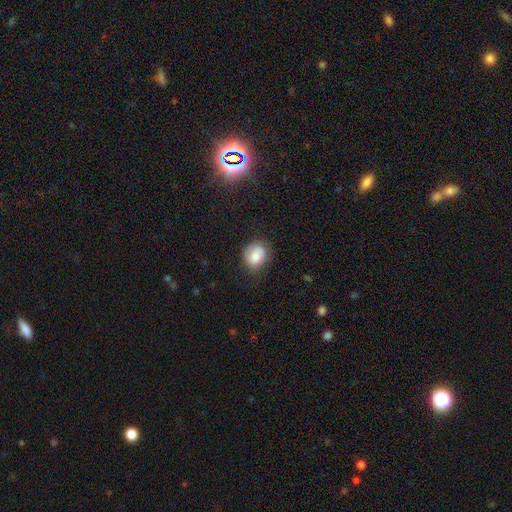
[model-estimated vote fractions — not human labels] smooth 79%, featured or disk 13%, star or artifact 9%. Down the decision tree: how rounded — round (58%); merging — none (66%).